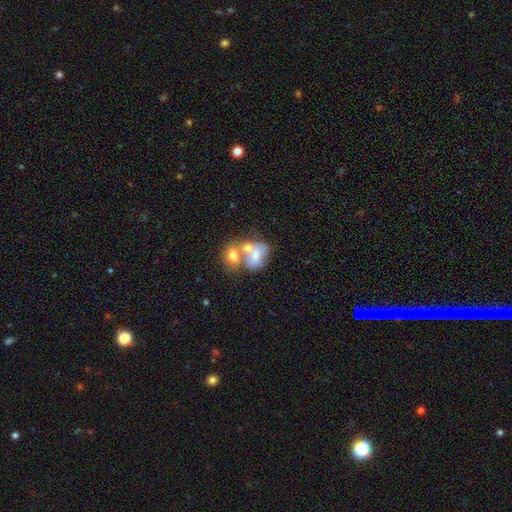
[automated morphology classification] Smooth or featured? Predicted: smooth (p=0.53). How rounded? Predicted: in between (p=0.59). Merging? Predicted: merger (p=0.64).